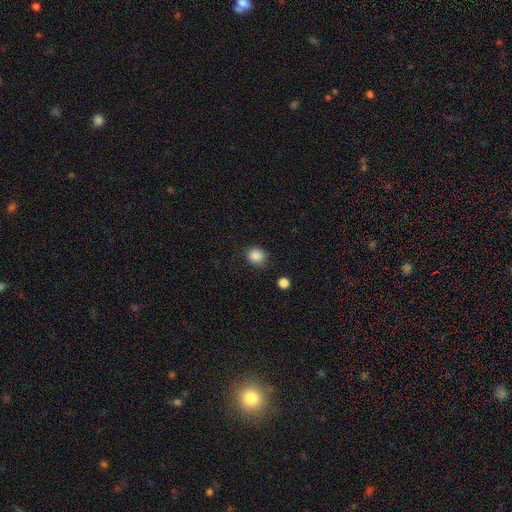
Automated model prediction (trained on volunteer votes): This appears to be a smooth galaxy with no disk features (87%) that is round (76%). Merging: none (81%).